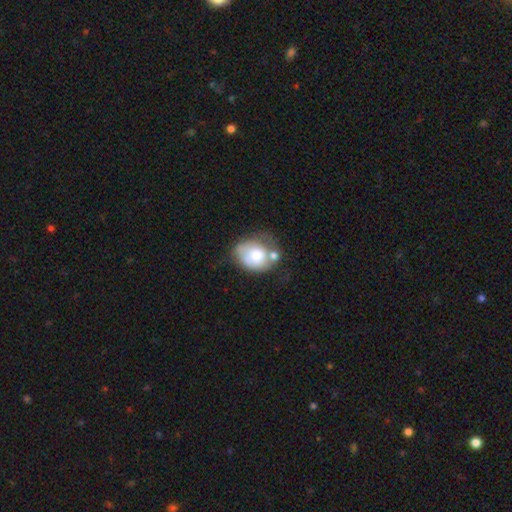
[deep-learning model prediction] Overall: smooth (62%; featured or disk 31%). How rounded: in between (55%; round 44%). Merging: none (28%; merger 27%).